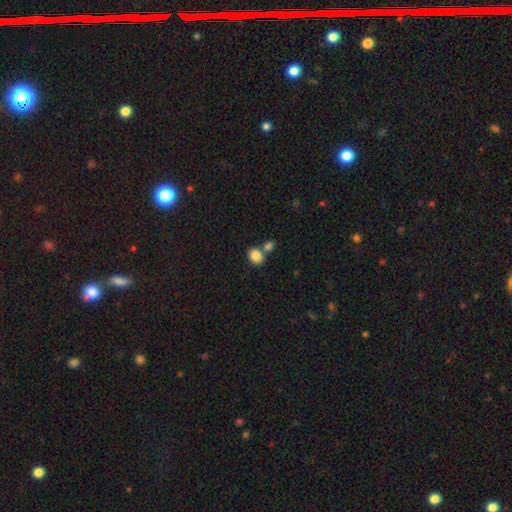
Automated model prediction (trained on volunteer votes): Smooth or featured: smooth — 86% (star or artifact — 9%)
How rounded: round — 58% (in between — 41%)
Merging: none — 53% (merger — 35%)